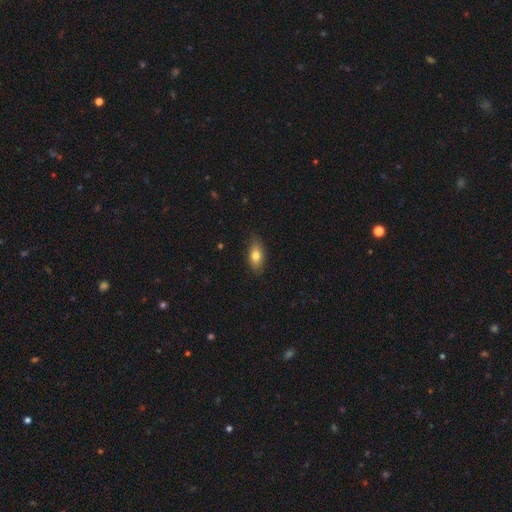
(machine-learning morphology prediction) Q: Smooth or featured?
A: smooth (77%); runner-up: featured or disk (16%)
Q: How rounded?
A: in between (85%); runner-up: cigar-shaped (9%)
Q: Merging?
A: none (82%); runner-up: minor disturbance (15%)